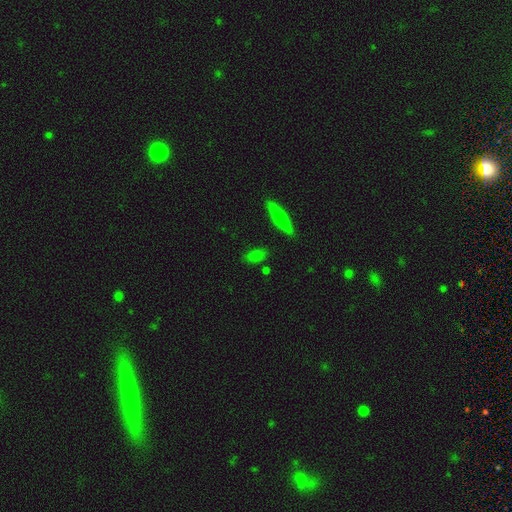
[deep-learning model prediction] smooth-or-featured: smooth: 72% | featured or disk: 16% | star or artifact: 12%
  how-rounded: in between: 71% | cigar-shaped: 18% | round: 10%
  merging: none: 80% | minor disturbance: 13% | major disturbance: 3% | merger: 3%